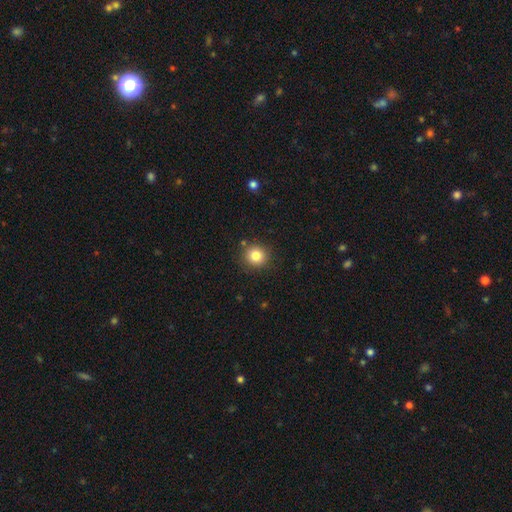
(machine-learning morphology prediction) A smooth galaxy with no disk features (83%) that is round (91%). Merging: none (87%).